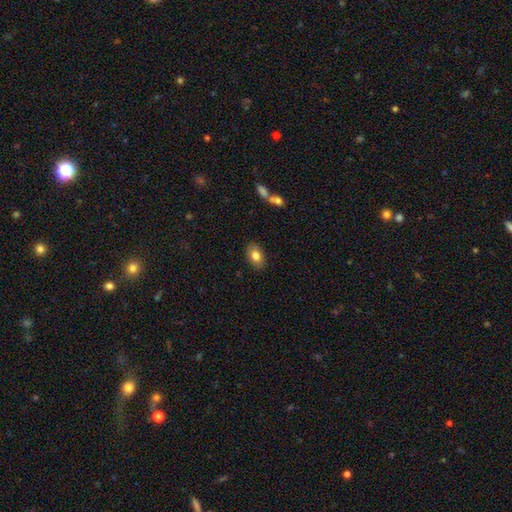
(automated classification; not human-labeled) smooth 81%, featured or disk 12%, star or artifact 8%. Down the decision tree: how rounded — in between (87%); merging — none (86%).